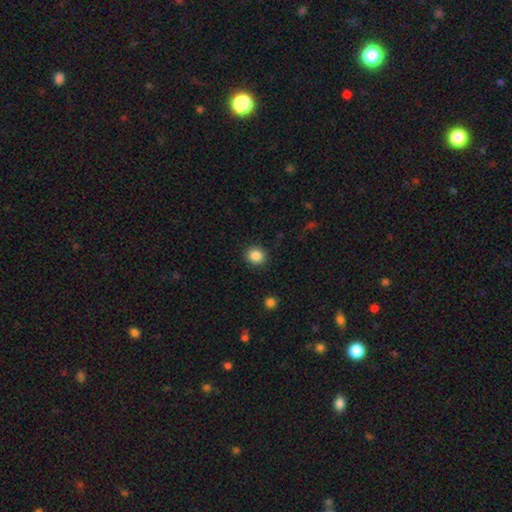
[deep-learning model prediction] The model was most divided on "how rounded": round: 81%, in between: 18%, cigar-shaped: 1%. More confident: merging — none (90%); smooth or featured — smooth (86%).